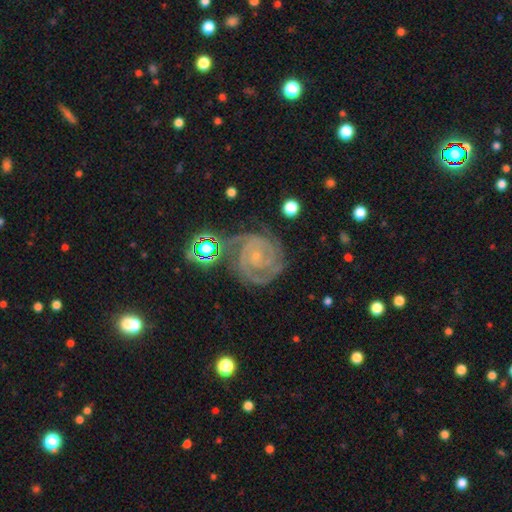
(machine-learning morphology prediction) Smooth or featured?
  - featured or disk: 88% *
  - star or artifact: 7%
  - smooth: 5%
Edge-on disk?
  - no: 98% *
  - yes: 2%
Bar?
  - no: 62% *
  - weak: 27%
  - strong: 10%
Spiral arms?
  - yes: 98% *
  - no: 2%
Spiral winding?
  - tight: 77% *
  - medium: 20%
  - loose: 3%
Spiral arm count?
  - 2: 56% *
  - 3: 22%
  - can't tell: 9%
  - 4: 5%
  - 1: 4%
  - more than 4: 4%
Bulge size?
  - small: 81% *
  - moderate: 12%
  - none: 5%
  - large: 1%
  - dominant: 1%
Merging?
  - none: 74% *
  - minor disturbance: 17%
  - major disturbance: 6%
  - merger: 3%